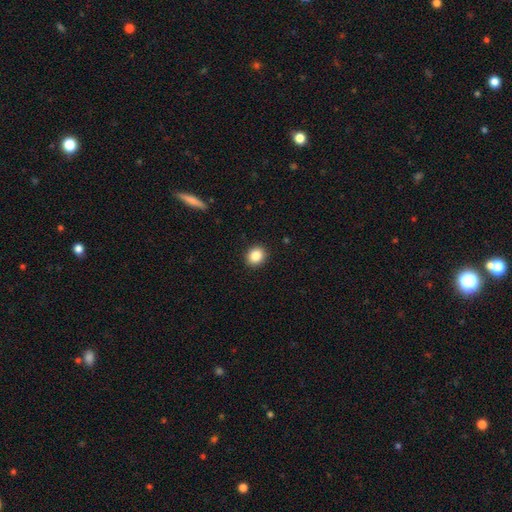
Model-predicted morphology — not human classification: type=smooth (86%); roundness=round (74%); merging=none (92%).